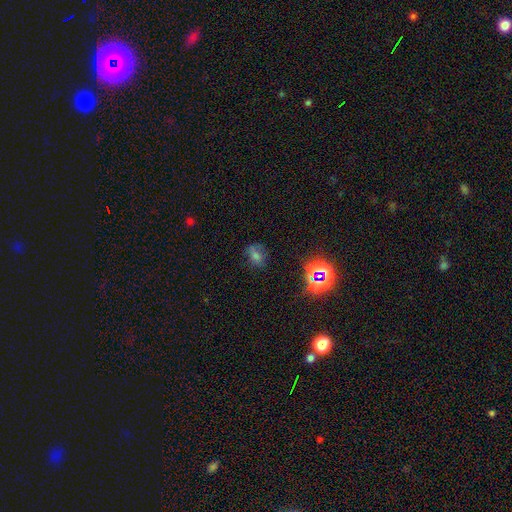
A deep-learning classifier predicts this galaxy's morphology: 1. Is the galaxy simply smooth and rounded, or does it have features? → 54% smooth, 32% star or artifact, 14% featured or disk.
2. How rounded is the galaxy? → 60% in between, 38% round, 2% cigar-shaped.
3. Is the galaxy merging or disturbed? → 62% none, 23% minor disturbance, 11% major disturbance, 5% merger.